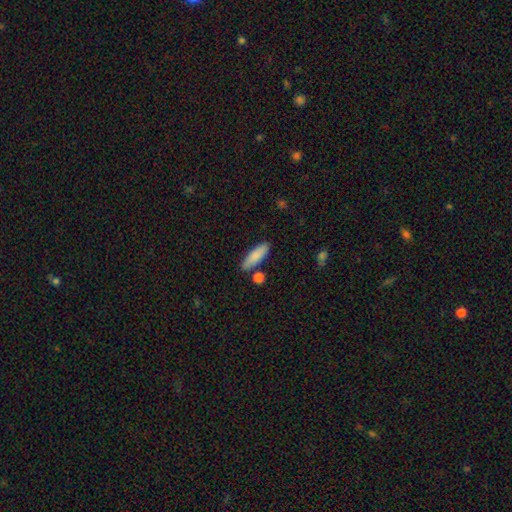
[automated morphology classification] This appears to be a smooth galaxy with no disk features (84%) that is cigar-shaped (49%, tied with in between). Merging: none (79%).